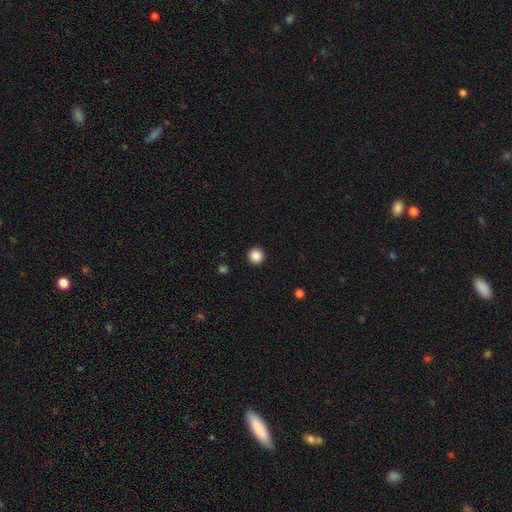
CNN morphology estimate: Smooth or featured? smooth (88%)
How rounded? round (96%)
Merging? none (94%)